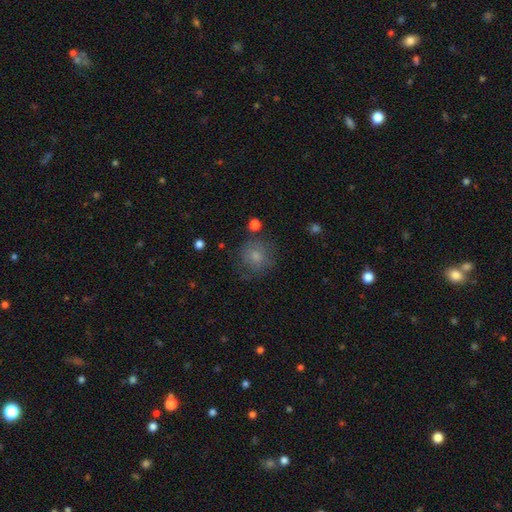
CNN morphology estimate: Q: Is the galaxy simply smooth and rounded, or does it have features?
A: smooth — 74%.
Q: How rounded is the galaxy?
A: round — 88%.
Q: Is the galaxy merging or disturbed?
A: none — 70%.